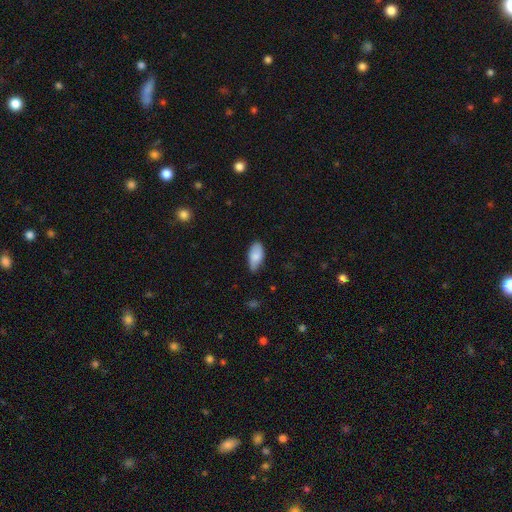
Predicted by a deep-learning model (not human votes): Overall: smooth (82%). How rounded: in between (92%). Merging: none (67%; minor disturbance 28%).